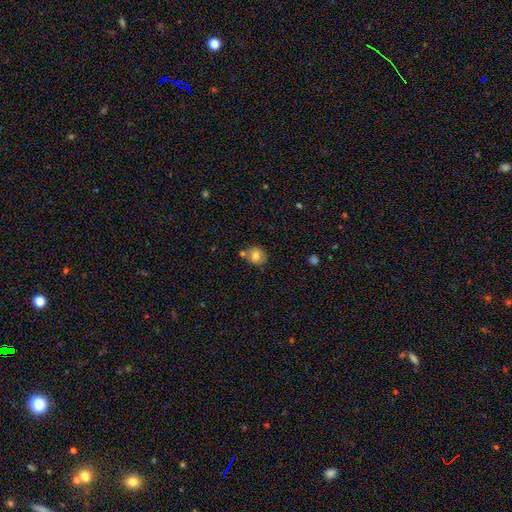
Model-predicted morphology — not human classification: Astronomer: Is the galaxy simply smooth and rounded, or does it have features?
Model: smooth — 77%.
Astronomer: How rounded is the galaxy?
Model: round — 77%.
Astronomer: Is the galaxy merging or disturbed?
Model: none — 69%.